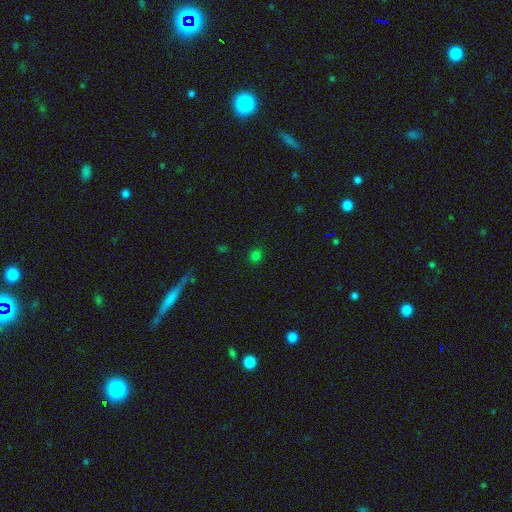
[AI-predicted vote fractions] This is likely a smooth galaxy (77%). How rounded: clearly round (88%). Merging: clearly none (90%).